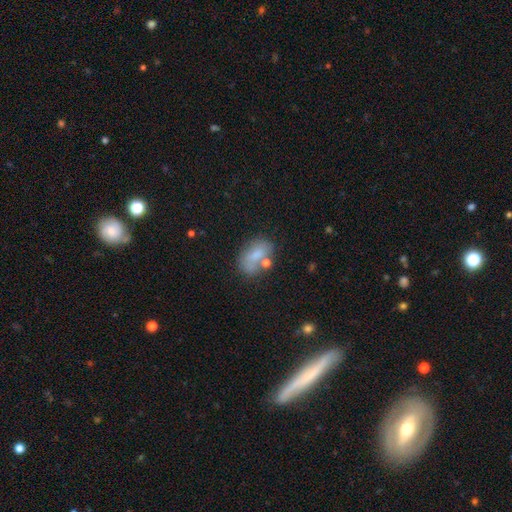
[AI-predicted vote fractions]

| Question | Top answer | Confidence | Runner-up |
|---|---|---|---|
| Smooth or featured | smooth | 70% | featured or disk (20%) |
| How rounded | in between | 84% | round (13%) |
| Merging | none | 54% | minor disturbance (21%) |